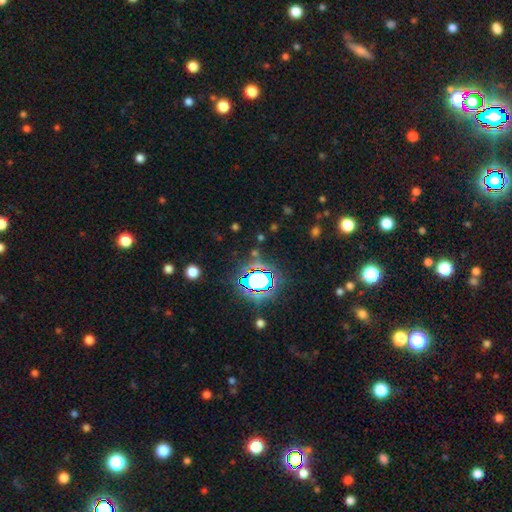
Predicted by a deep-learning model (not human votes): Overall: star or artifact (74%).